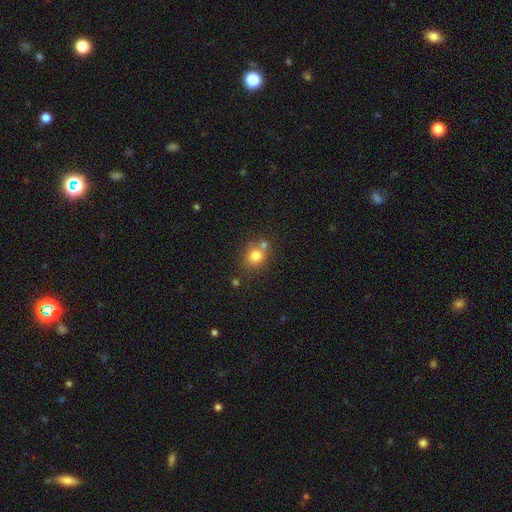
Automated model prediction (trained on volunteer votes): A smooth galaxy with no disk features (78%) that is round (78%). Merging: none (58%).